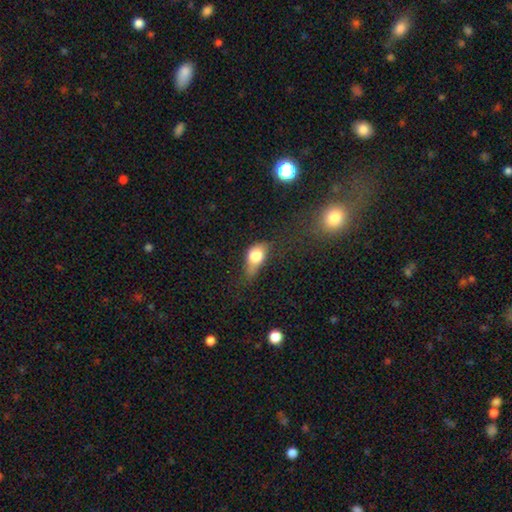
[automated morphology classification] A smooth galaxy with no disk features (75%) that is in between round and cigar-shaped (72%).

Vote fractions:
- Smooth or featured? smooth: 75% / featured or disk: 16% / star or artifact: 9%
- How rounded? in between: 72% / round: 23% / cigar-shaped: 5%
- Merging? minor disturbance: 40% / none: 28% / major disturbance: 26% / merger: 6%